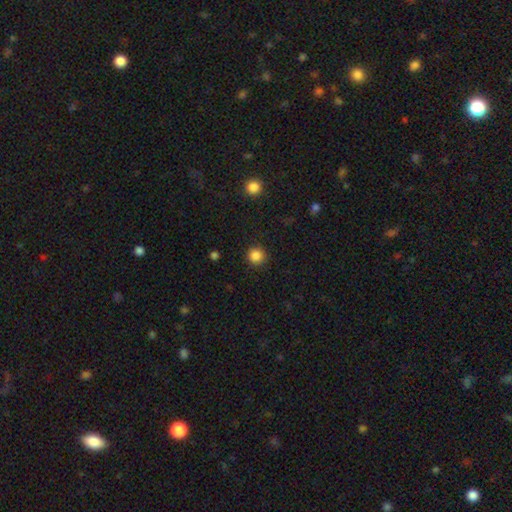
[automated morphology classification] A smooth galaxy with no disk features (85%) that is round (94%). Merging: none (90%).